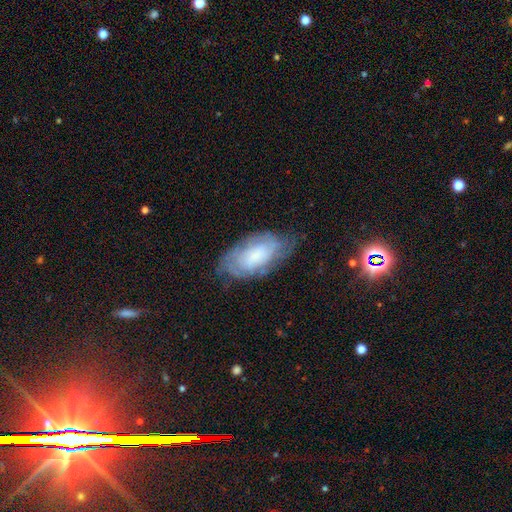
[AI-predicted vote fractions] This is possibly a featured or disk galaxy (51%). It is clearly not viewed edge-on (92%). Merging: likely none (62%).